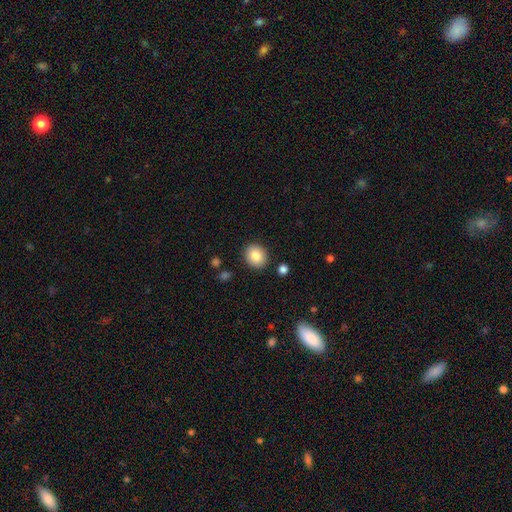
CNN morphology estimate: A smooth galaxy with no disk features (85%) that is round (69%).

Vote fractions:
- Smooth or featured? smooth: 85% / star or artifact: 8% / featured or disk: 7%
- How rounded? round: 69% / in between: 30% / cigar-shaped: 1%
- Merging? none: 89% / minor disturbance: 7% / merger: 2% / major disturbance: 2%